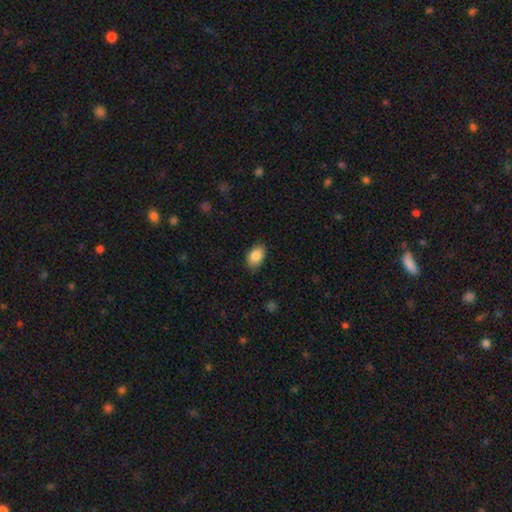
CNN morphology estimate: Smooth or featured? Predicted: smooth (p=0.86). How rounded? Predicted: in between (p=0.90). Merging? Predicted: none (p=0.86).